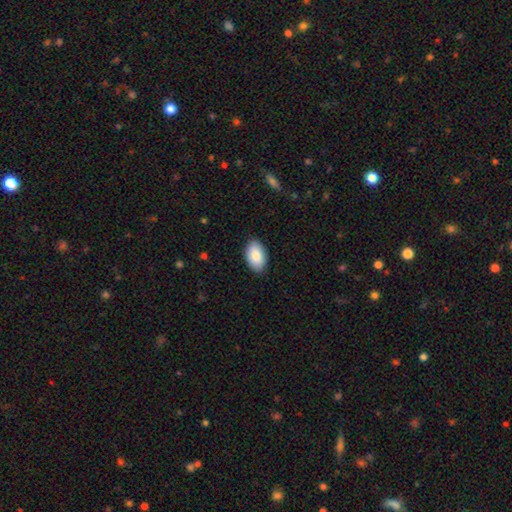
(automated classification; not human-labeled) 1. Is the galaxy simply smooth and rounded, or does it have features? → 87% smooth, 7% featured or disk, 6% star or artifact.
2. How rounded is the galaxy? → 94% in between, 5% round, 1% cigar-shaped.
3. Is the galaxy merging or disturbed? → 88% none, 9% minor disturbance, 2% major disturbance, 1% merger.